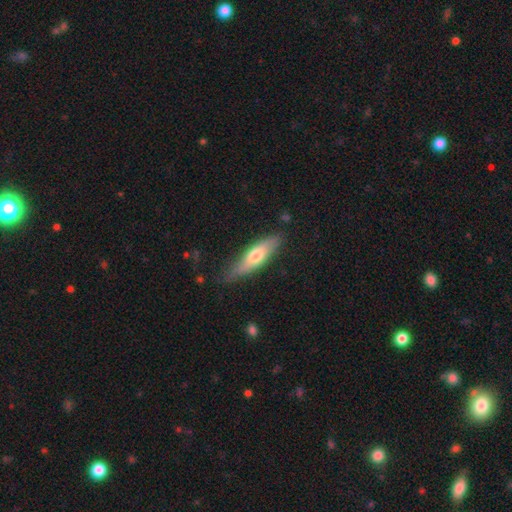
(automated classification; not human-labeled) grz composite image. It shows a smooth galaxy with no disk features (61%) that is cigar-shaped (60%). Merging: none (72%).